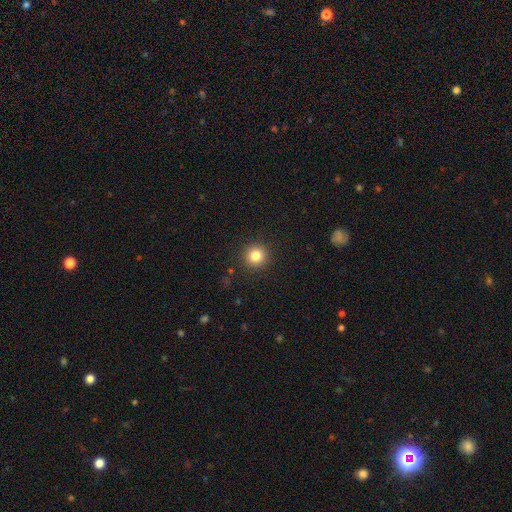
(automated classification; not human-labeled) Q: Smooth or featured?
A: smooth (82%); runner-up: star or artifact (12%)
Q: How rounded?
A: round (95%); runner-up: in between (4%)
Q: Merging?
A: none (92%); runner-up: minor disturbance (5%)